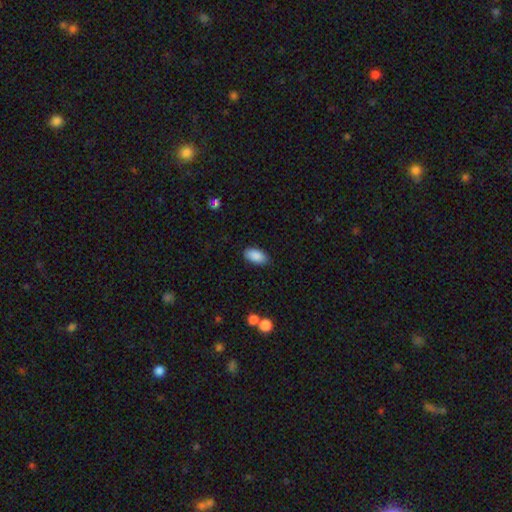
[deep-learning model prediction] This appears to be a smooth galaxy with no disk features (89%) that is in between round and cigar-shaped (94%). Merging: none (86%).